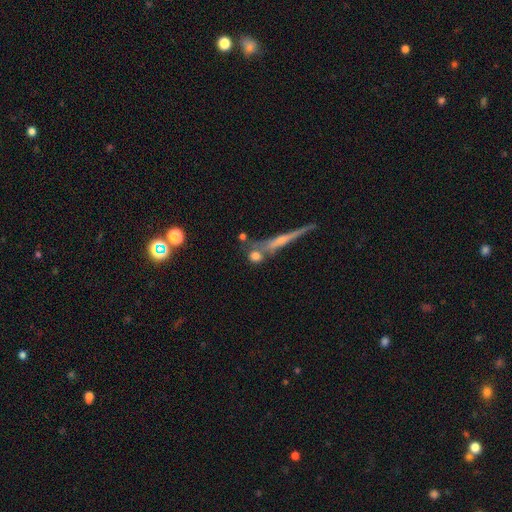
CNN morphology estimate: type=smooth (67%); roundness=round (65%); merging=none (61%).